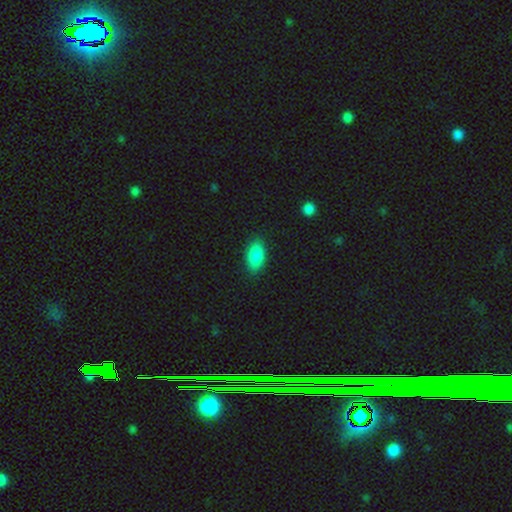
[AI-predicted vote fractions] The model was most divided on "merging": none: 87%, minor disturbance: 10%, major disturbance: 2%, merger: 1%. More confident: how rounded — in between (90%); smooth or featured — smooth (88%).